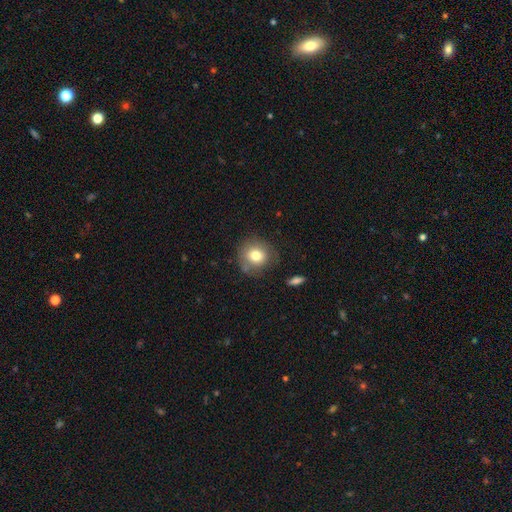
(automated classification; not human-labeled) smooth_or_featured: smooth (p=0.77) [alt: featured or disk p=0.13]
how_rounded: round (p=0.86) [alt: in between p=0.13]
merging: none (p=0.76) [alt: minor disturbance p=0.16]